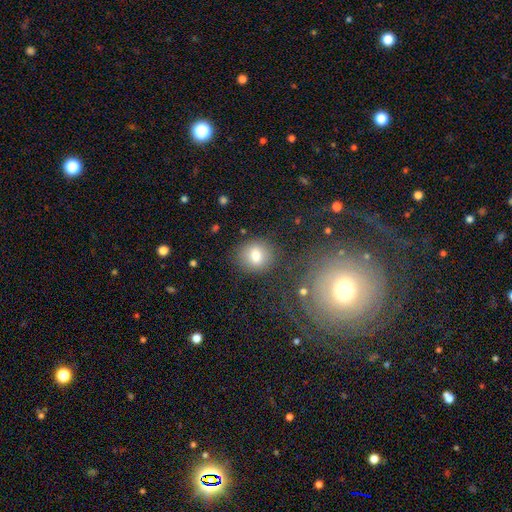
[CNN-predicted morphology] Smooth or featured?
  - smooth: 79% *
  - featured or disk: 11%
  - star or artifact: 10%
How rounded?
  - round: 77% *
  - in between: 22%
  - cigar-shaped: 1%
Merging?
  - none: 83% *
  - minor disturbance: 10%
  - major disturbance: 4%
  - merger: 4%